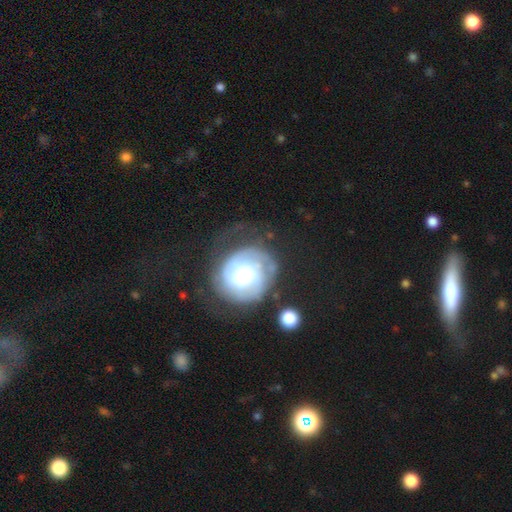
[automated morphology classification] A featured or disk galaxy (69%) with no bar (55%), 2 (40%) tight (55%) spiral arms (89%) and a moderate central bulge (44%). Merging: none (54%).